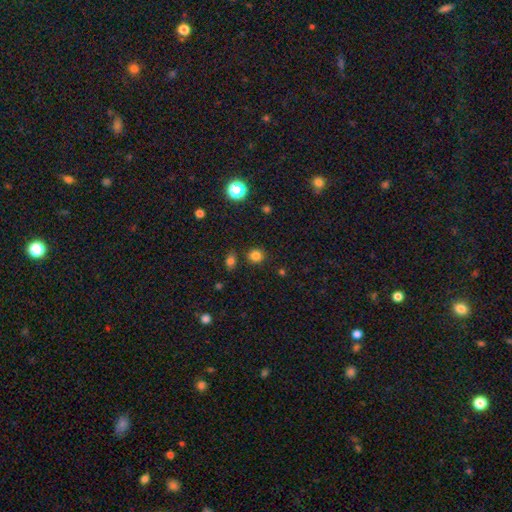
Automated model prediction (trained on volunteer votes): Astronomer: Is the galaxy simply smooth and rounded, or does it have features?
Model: smooth — 79%.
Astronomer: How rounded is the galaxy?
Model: round — 85%.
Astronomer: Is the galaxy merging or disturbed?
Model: none — 83%.